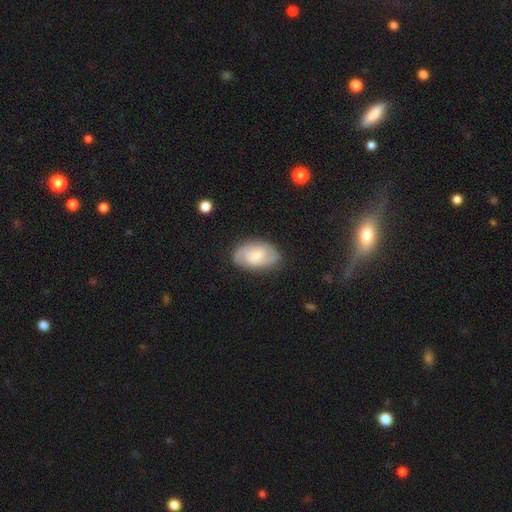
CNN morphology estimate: type=featured or disk (74%); edge-on=no (97%); bar=no (45%, tied with weak); spiral arms=yes (94%); winding=tight (46%); arm count=2 (82%); bulge=small (41%); merging=none (82%).